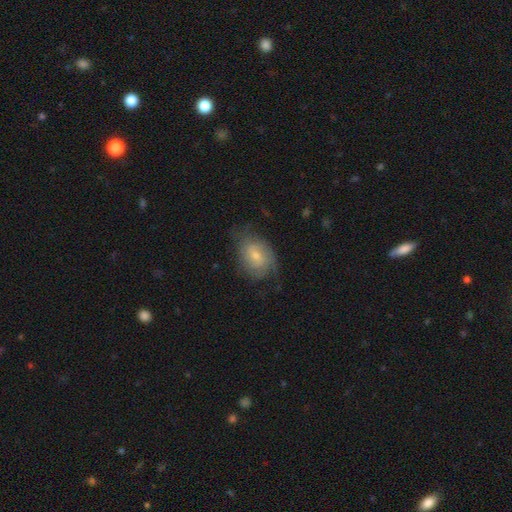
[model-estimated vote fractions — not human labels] Smooth or featured?
  - featured or disk: 50% *
  - smooth: 42%
  - star or artifact: 8%
Edge-on disk?
  - no: 96% *
  - yes: 4%
Merging?
  - none: 59% *
  - minor disturbance: 27%
  - major disturbance: 12%
  - merger: 1%